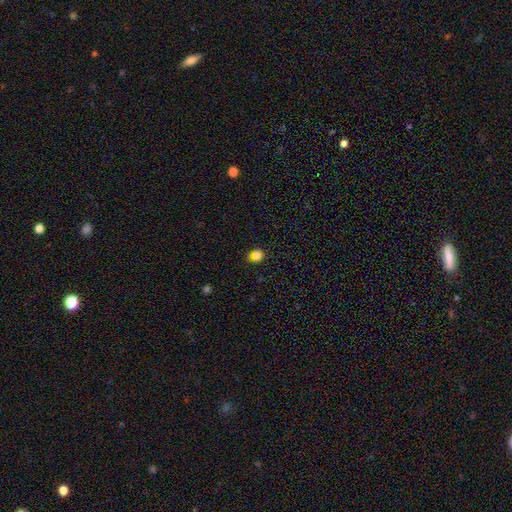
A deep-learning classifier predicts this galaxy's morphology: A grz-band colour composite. It shows a smooth galaxy with no disk features (75%) that is round (67%). Merging: none (74%).